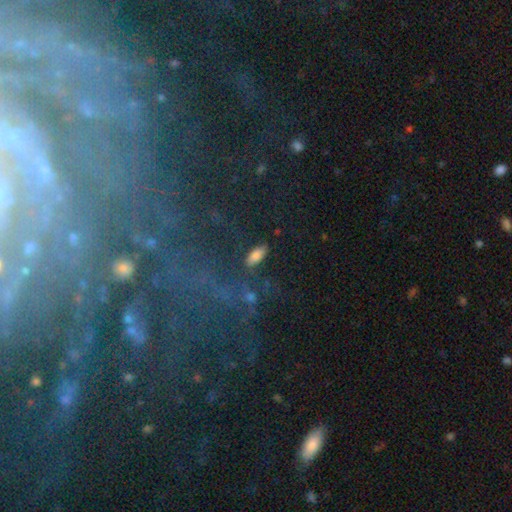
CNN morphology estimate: Smooth or featured? smooth (79%)
How rounded? in between (80%)
Merging? none (82%)